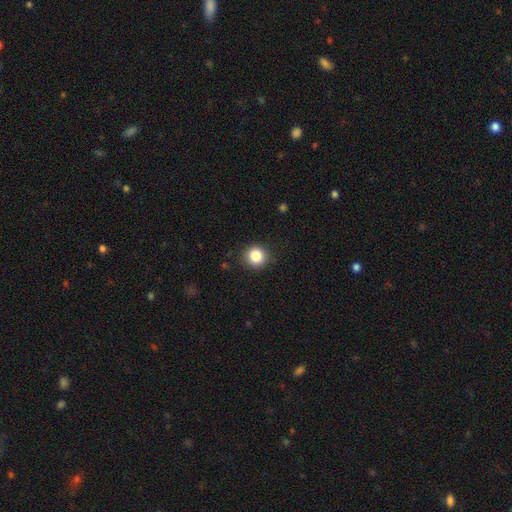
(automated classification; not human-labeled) A smooth galaxy with no disk features (85%) that is round (92%).

Vote fractions:
- Smooth or featured? smooth: 85% / star or artifact: 10% / featured or disk: 5%
- How rounded? round: 92% / in between: 8% / cigar-shaped: 1%
- Merging? none: 88% / minor disturbance: 9% / major disturbance: 2% / merger: 1%